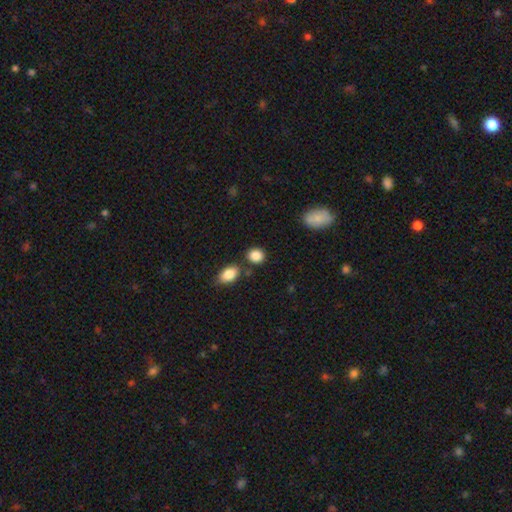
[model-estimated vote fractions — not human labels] A smooth galaxy with no disk features (87%) that is round (62%). Merging: none (76%).